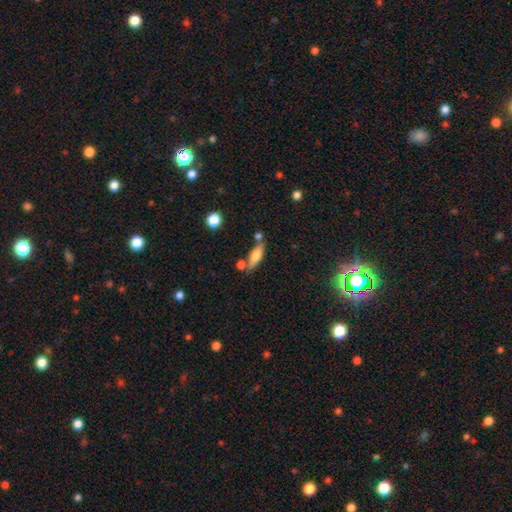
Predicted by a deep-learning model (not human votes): A smooth galaxy with no disk features (67%) that is in between round and cigar-shaped (57%). Merging: none (62%).